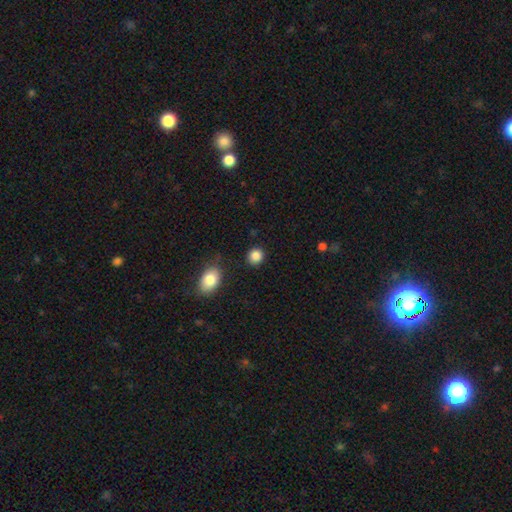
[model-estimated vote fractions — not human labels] A smooth galaxy with no disk features (87%) that is round (84%).

Vote fractions:
- Smooth or featured? smooth: 87% / star or artifact: 9% / featured or disk: 4%
- How rounded? round: 84% / in between: 15% / cigar-shaped: 1%
- Merging? none: 87% / minor disturbance: 8% / major disturbance: 3% / merger: 3%